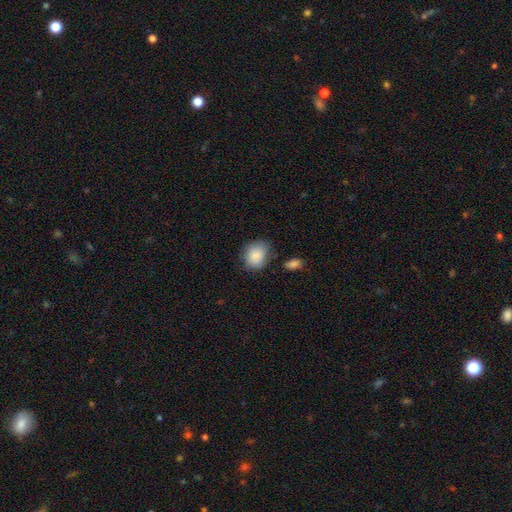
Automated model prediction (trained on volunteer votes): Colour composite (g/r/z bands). It shows a smooth galaxy with no disk features (88%) that is round (56%). Merging: none (70%).